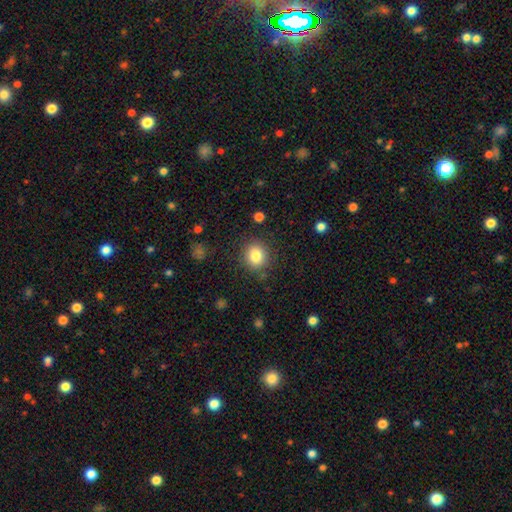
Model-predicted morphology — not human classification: Smooth or featured? Predicted: smooth (p=0.83). How rounded? Predicted: round (p=0.80). Merging? Predicted: none (p=0.85).